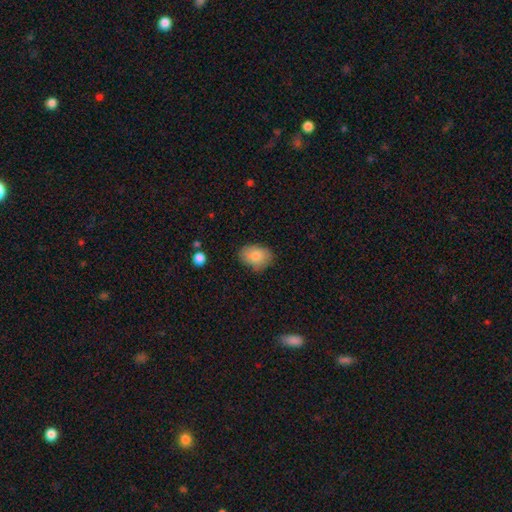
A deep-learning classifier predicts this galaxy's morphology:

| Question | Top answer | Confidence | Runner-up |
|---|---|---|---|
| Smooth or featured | smooth | 82% | featured or disk (11%) |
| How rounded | in between | 75% | round (24%) |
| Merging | none | 78% | minor disturbance (18%) |